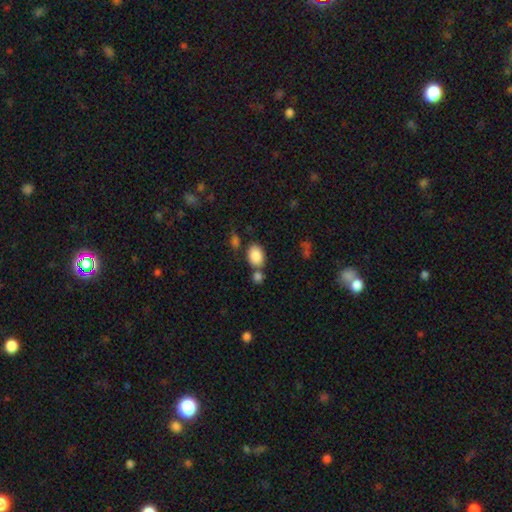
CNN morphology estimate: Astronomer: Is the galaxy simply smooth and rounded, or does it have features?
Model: smooth — 86%.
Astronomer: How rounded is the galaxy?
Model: in between — 77%.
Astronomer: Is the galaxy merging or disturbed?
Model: none — 64%.